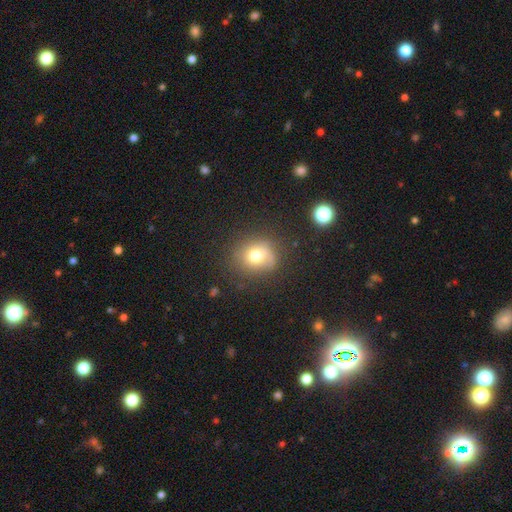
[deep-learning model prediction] A smooth galaxy with no disk features (64%) that is round (70%). Merging: none (64%).